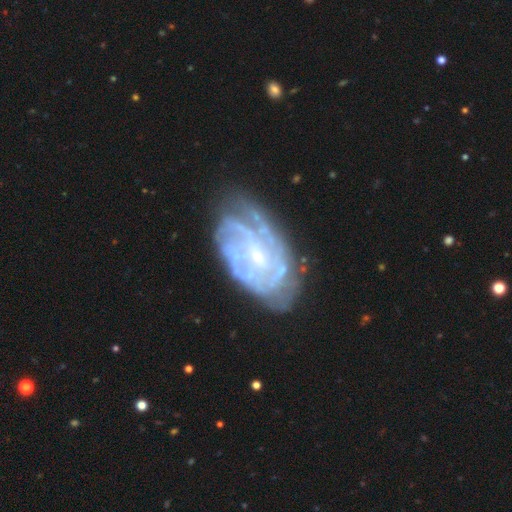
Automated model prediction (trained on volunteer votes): Smooth or featured? Predicted: featured or disk (p=0.84). Edge-on disk? Predicted: no (p=0.97). Bar? Predicted: no (p=0.62). Spiral arms? Predicted: yes (p=0.87). Spiral winding? Predicted: tight (p=0.57). Spiral arm count? Predicted: can't tell (p=0.43). Bulge size? Predicted: small (p=0.78). Merging? Predicted: none (p=0.58).